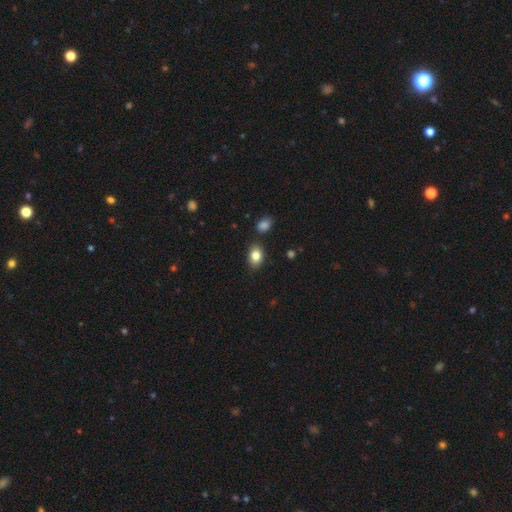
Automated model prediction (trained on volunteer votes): Overall: smooth (83%). How rounded: in between (80%). Merging: none (83%).